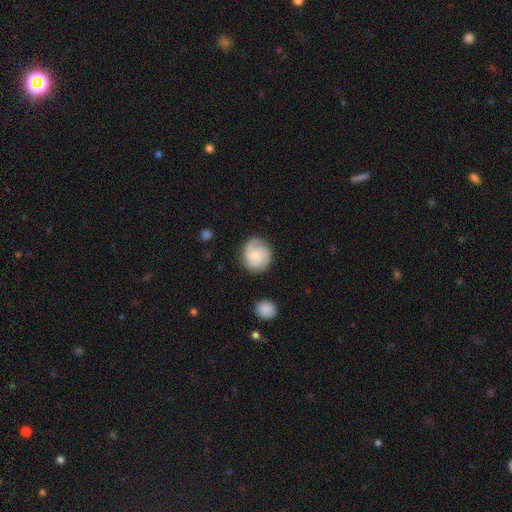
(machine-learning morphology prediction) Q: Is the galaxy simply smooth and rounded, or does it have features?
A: featured or disk — 61%.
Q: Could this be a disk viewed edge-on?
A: no — 98%.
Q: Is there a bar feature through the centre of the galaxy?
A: no — 65%.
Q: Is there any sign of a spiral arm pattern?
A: yes — 95%.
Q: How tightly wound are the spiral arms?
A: tight — 45%.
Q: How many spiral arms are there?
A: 2 — 36%, tied with 3.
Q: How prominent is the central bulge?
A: small — 51%.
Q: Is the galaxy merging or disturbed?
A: none — 80%.